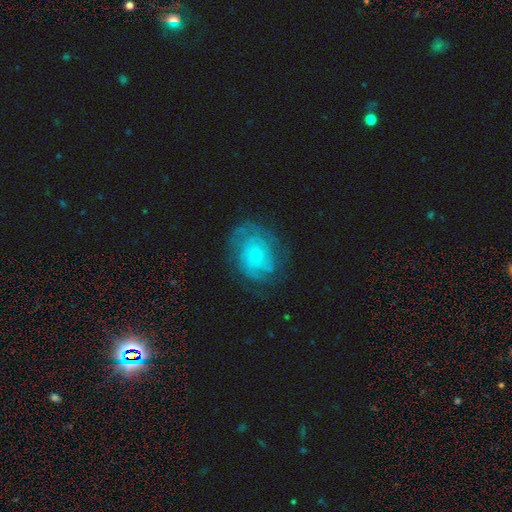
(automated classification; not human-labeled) This appears to be a featured or disk galaxy (67%) with no bar (79%), tight (59%) spiral arms (85%) and a small central bulge (72%). Merging: none (69%).